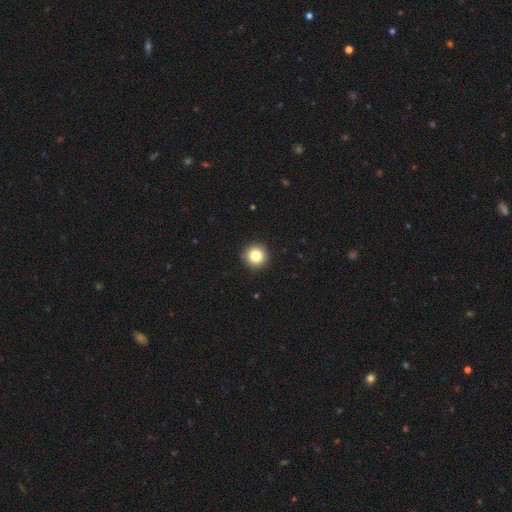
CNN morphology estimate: Smooth or featured? smooth (84%)
How rounded? round (95%)
Merging? none (92%)